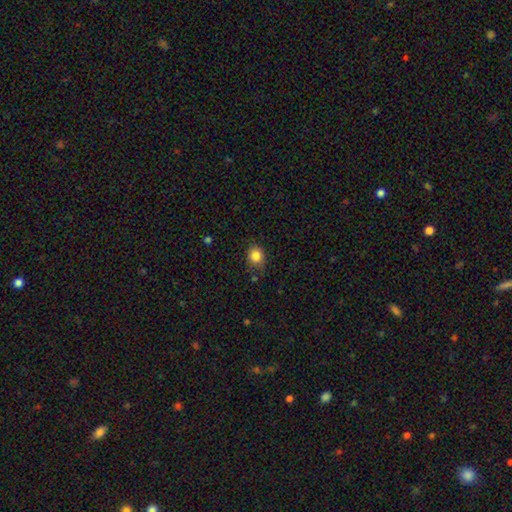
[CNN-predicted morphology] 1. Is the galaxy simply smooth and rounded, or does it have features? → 84% smooth, 10% star or artifact, 5% featured or disk.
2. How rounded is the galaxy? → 71% round, 28% in between, 1% cigar-shaped.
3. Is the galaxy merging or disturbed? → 73% none, 21% minor disturbance, 4% major disturbance, 2% merger.